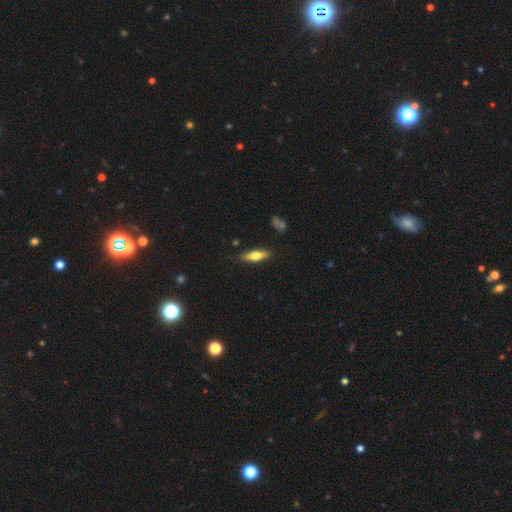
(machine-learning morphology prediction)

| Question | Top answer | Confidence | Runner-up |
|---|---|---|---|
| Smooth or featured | smooth | 58% | featured or disk (36%) |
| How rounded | cigar-shaped | 58% | in between (40%) |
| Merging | none | 85% | minor disturbance (11%) |